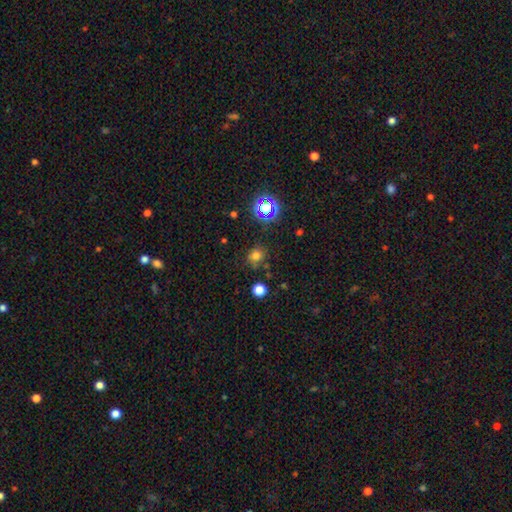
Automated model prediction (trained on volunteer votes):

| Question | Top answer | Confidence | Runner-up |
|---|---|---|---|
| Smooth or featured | smooth | 69% | star or artifact (24%) |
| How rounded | round | 70% | in between (29%) |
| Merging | none | 74% | minor disturbance (16%) |